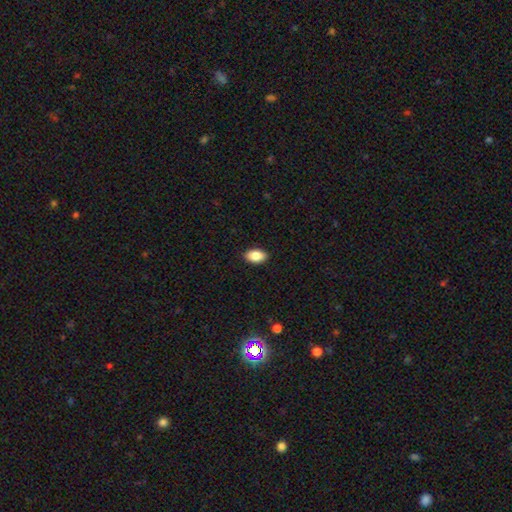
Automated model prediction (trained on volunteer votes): Smooth or featured?
  - smooth: 86% *
  - star or artifact: 7%
  - featured or disk: 7%
How rounded?
  - in between: 92% *
  - round: 6%
  - cigar-shaped: 2%
Merging?
  - none: 90% *
  - minor disturbance: 7%
  - major disturbance: 2%
  - merger: 1%